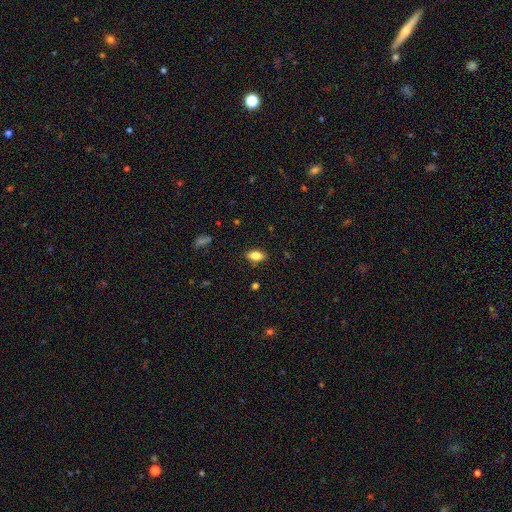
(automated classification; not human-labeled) The model was most divided on "smooth or featured": smooth: 77%, featured or disk: 15%, star or artifact: 9%. More confident: how rounded — in between (87%); merging — none (86%).